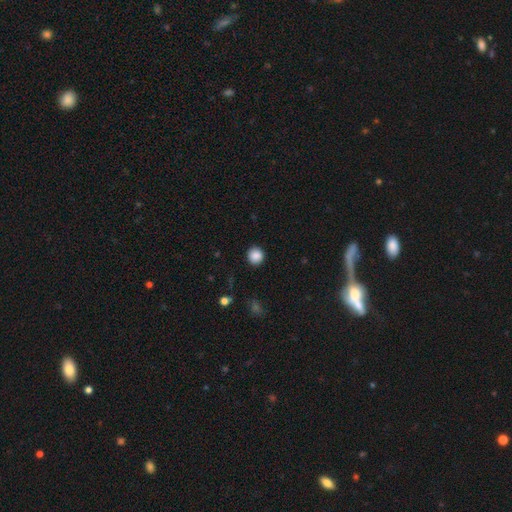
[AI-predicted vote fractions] Smooth or featured: smooth — 87% (star or artifact — 9%)
How rounded: round — 90% (in between — 9%)
Merging: none — 90% (minor disturbance — 7%)